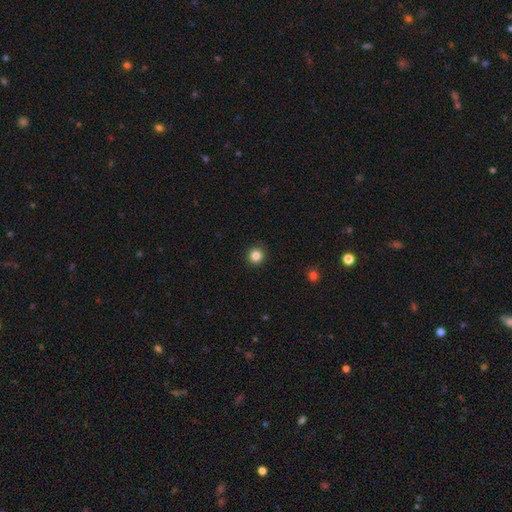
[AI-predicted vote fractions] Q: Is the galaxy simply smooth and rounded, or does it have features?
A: smooth — 84%.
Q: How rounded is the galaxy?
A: round — 94%.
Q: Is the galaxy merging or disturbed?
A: none — 92%.